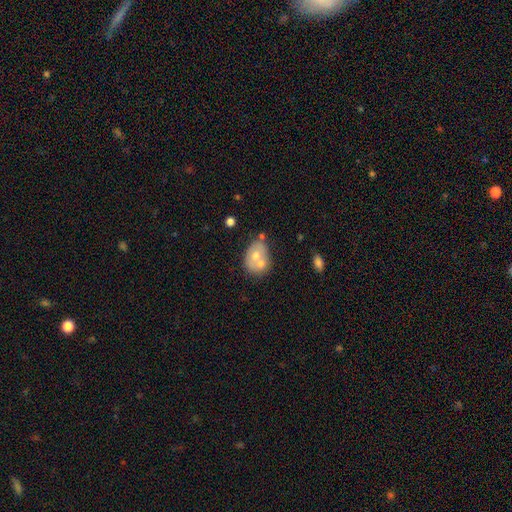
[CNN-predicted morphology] This is possibly a smooth galaxy (55%). How rounded: likely in between (62%). Merging: possibly merger (49%).